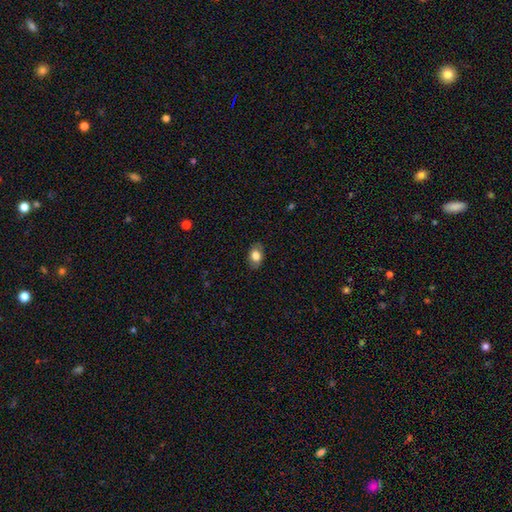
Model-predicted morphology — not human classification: This appears to be a smooth galaxy with no disk features (79%) that is in between round and cigar-shaped (85%). Merging: none (84%).